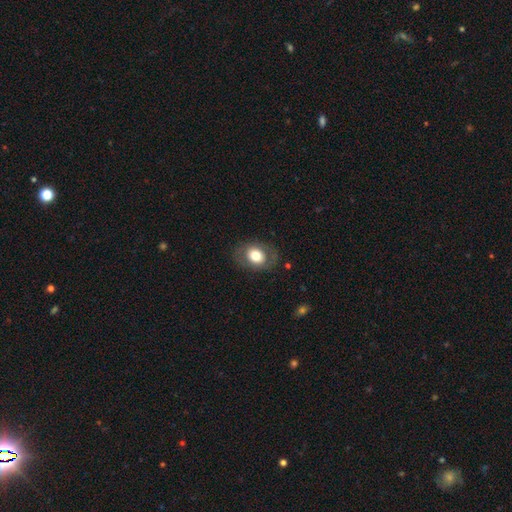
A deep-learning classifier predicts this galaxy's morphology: The model was most divided on "how rounded": in between: 60%, round: 39%, cigar-shaped: 1%. More confident: merging — none (79%); smooth or featured — smooth (69%).